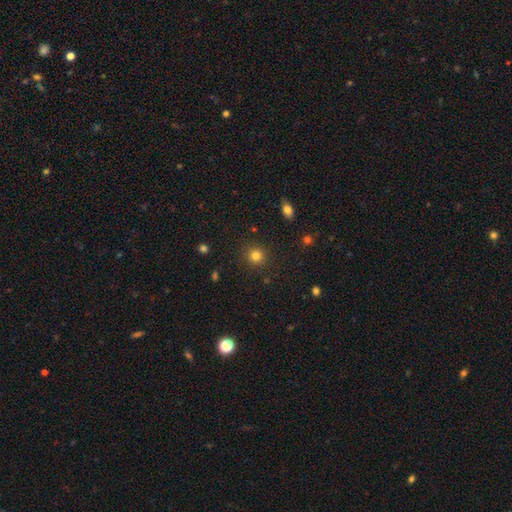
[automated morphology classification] This is clearly a smooth galaxy (83%). How rounded: clearly round (92%). Merging: clearly none (89%).